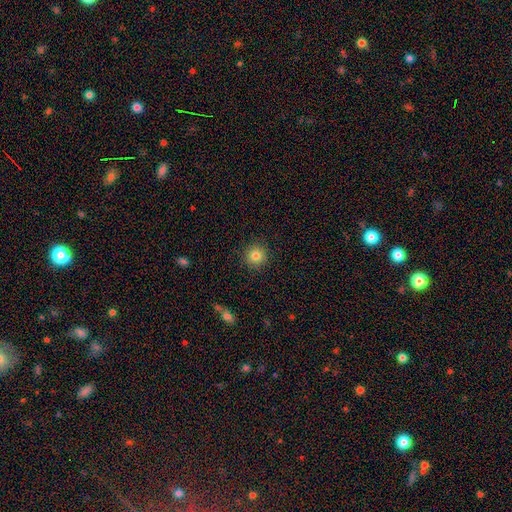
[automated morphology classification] smooth 82%, star or artifact 11%, featured or disk 7%. Down the decision tree: how rounded — round (94%); merging — none (91%).